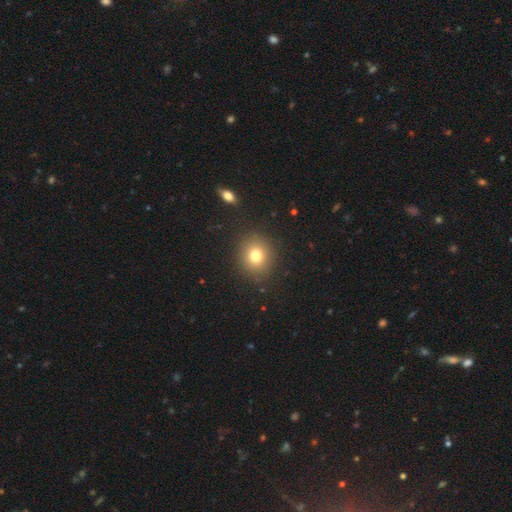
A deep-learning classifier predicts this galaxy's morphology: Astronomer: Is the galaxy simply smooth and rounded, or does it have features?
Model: smooth — 77%.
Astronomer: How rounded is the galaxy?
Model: round — 76%.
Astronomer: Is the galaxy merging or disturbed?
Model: none — 88%.